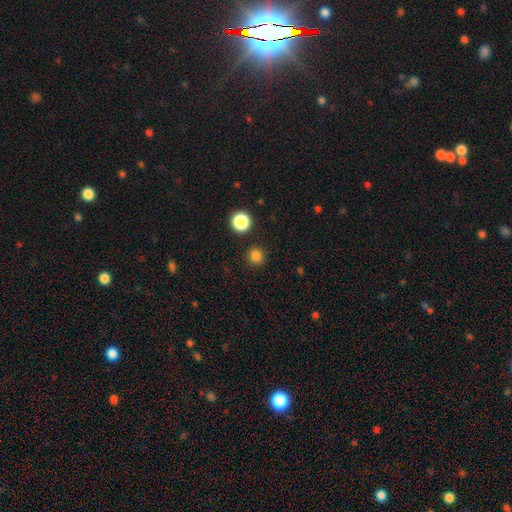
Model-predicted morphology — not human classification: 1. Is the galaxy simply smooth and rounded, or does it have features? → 82% smooth, 15% star or artifact, 4% featured or disk.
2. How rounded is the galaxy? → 94% round, 5% in between, 1% cigar-shaped.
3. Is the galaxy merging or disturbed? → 91% none, 5% minor disturbance, 2% major disturbance, 2% merger.